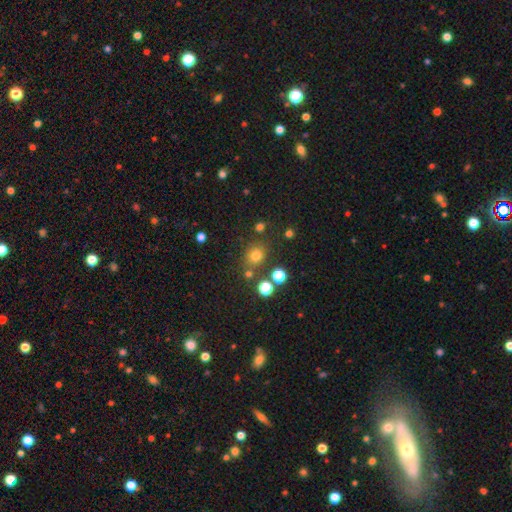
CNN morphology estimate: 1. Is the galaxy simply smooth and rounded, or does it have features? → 74% smooth, 19% star or artifact, 7% featured or disk.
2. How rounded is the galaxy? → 75% round, 24% in between, 1% cigar-shaped.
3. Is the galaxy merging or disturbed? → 74% none, 12% minor disturbance, 10% merger, 5% major disturbance.